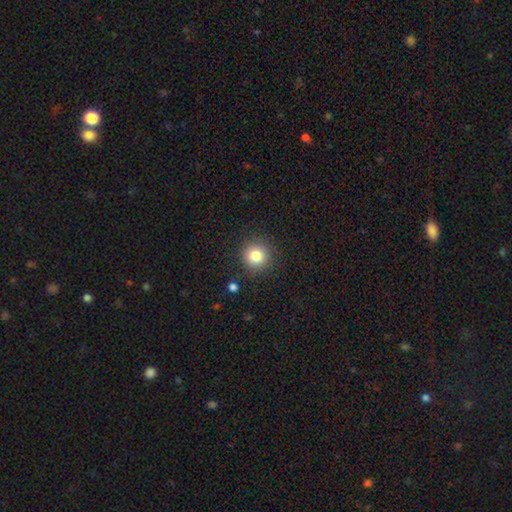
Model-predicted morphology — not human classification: Smooth or featured? smooth (82%)
How rounded? round (93%)
Merging? none (88%)